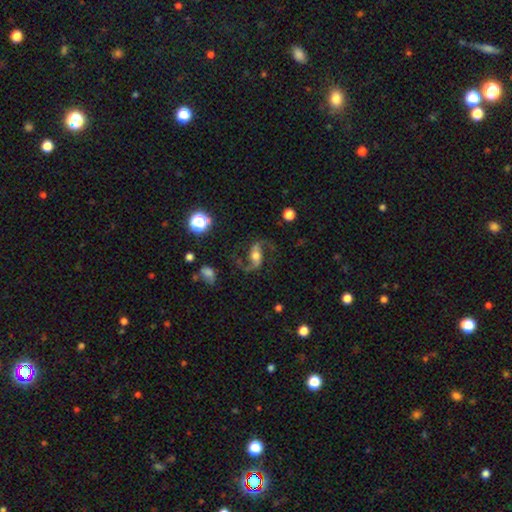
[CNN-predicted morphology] Q: Smooth or featured?
A: featured or disk (87%); runner-up: star or artifact (7%)
Q: Edge-on disk?
A: no (97%); runner-up: yes (3%)
Q: Bar?
A: no (37%); runner-up: weak (34%)
Q: Spiral arms?
A: yes (96%); runner-up: no (4%)
Q: Spiral winding?
A: loose (67%); runner-up: medium (28%)
Q: Spiral arm count?
A: 2 (94%); runner-up: 1 (2%)
Q: Bulge size?
A: moderate (61%); runner-up: small (18%)
Q: Merging?
A: none (77%); runner-up: minor disturbance (12%)